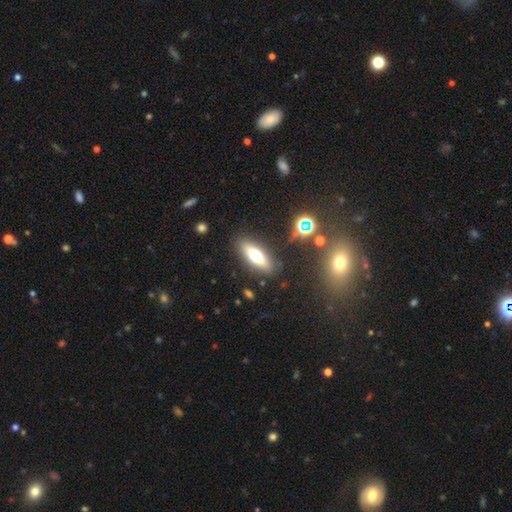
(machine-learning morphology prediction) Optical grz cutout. It shows a smooth galaxy with no disk features (60%) that is in between round and cigar-shaped (57%). Merging: none (85%).